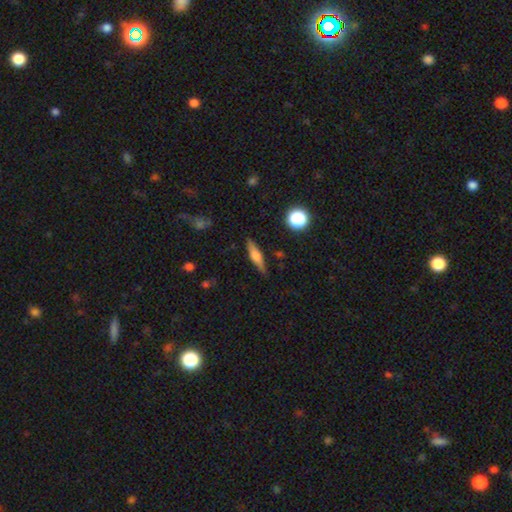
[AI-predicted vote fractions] Q: Smooth or featured?
A: featured or disk (47%); runner-up: smooth (45%)
Q: Merging?
A: none (86%); runner-up: minor disturbance (10%)